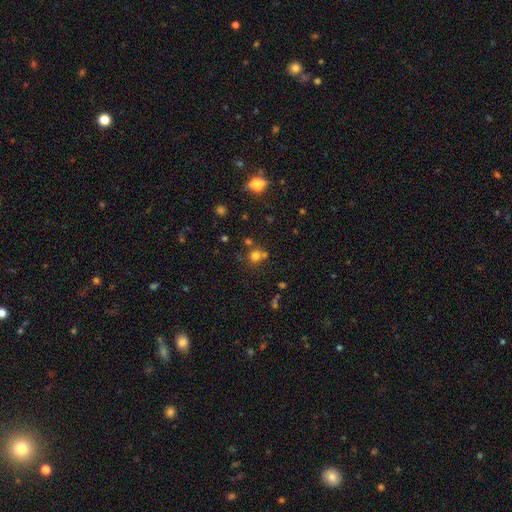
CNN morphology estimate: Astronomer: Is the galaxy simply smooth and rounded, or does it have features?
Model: smooth — 71%.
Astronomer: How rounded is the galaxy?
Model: round — 87%.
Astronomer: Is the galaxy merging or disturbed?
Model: none — 60%.